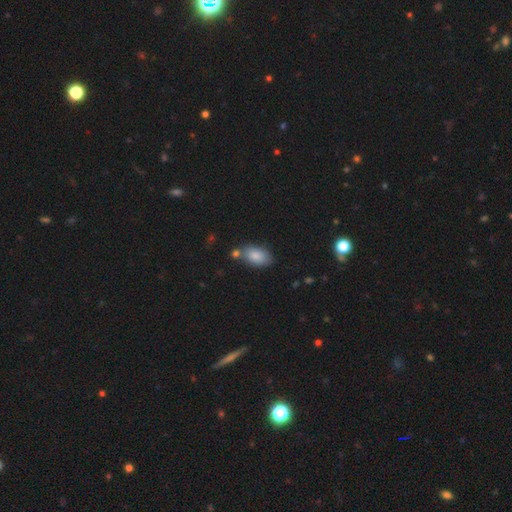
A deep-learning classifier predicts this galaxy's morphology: This is clearly a smooth galaxy (85%). How rounded: clearly in between (92%). Merging: likely none (65%).